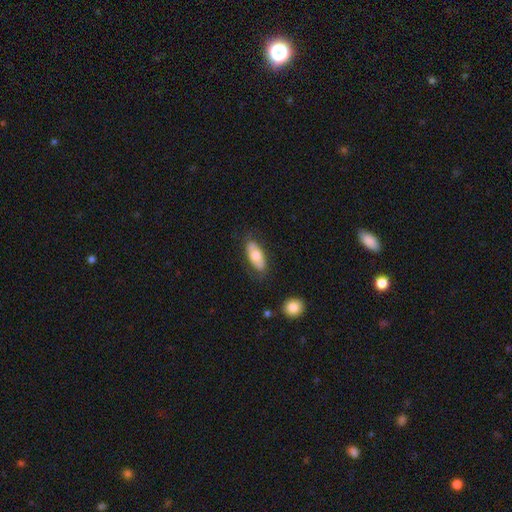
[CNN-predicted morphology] Smooth or featured? smooth (67%)
How rounded? in between (85%)
Merging? none (76%)